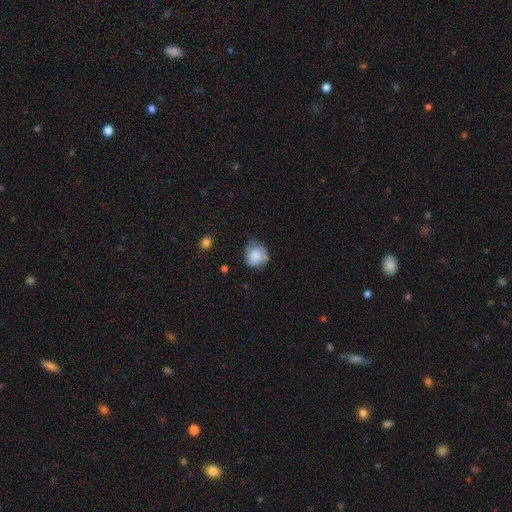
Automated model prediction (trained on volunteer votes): smooth_or_featured: smooth (p=0.73) [alt: featured or disk p=0.20]
how_rounded: round (p=0.77) [alt: in between p=0.22]
merging: none (p=0.52) [alt: minor disturbance p=0.35]